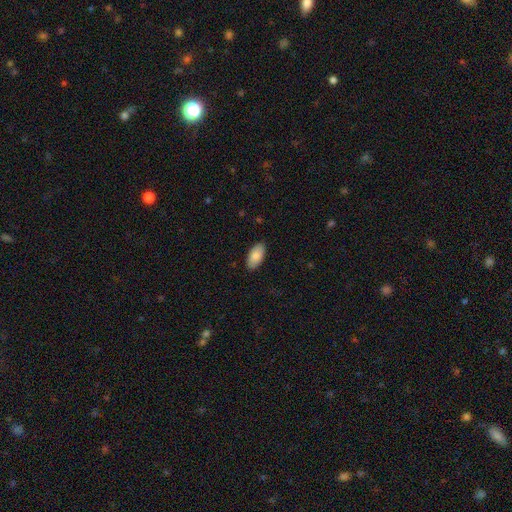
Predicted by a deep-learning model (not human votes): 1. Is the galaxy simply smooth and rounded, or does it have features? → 86% smooth, 8% featured or disk, 6% star or artifact.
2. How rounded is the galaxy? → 94% in between, 4% cigar-shaped, 2% round.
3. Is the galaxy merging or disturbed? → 89% none, 8% minor disturbance, 2% major disturbance, 1% merger.